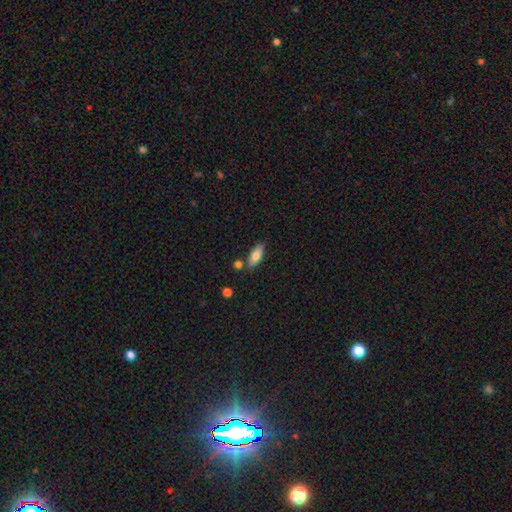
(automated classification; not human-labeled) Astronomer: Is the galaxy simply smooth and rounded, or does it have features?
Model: smooth — 78%.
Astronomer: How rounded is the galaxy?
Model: in between — 76%.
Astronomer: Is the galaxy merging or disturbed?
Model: none — 76%.